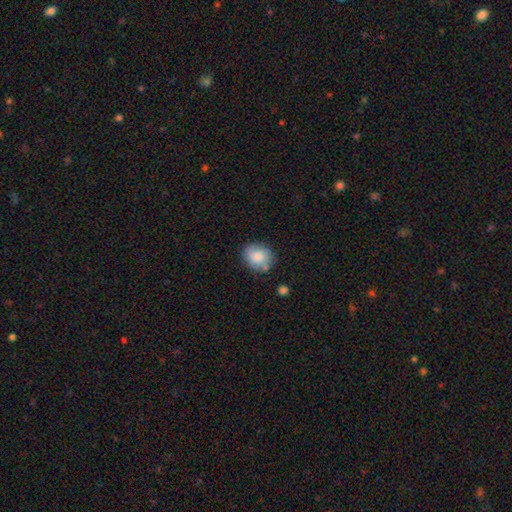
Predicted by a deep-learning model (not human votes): Smooth or featured? smooth (73%)
How rounded? round (68%)
Merging? none (69%)